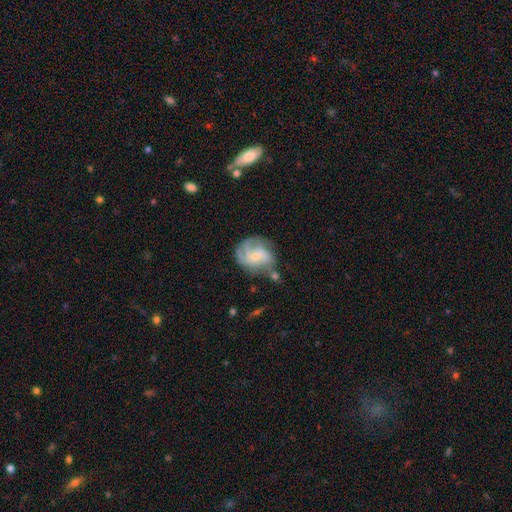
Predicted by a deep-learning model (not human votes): Smooth or featured: featured or disk — 68% (smooth — 25%)
Edge-on disk: no — 98% (yes — 2%)
Bar: no — 62% (weak — 33%)
Spiral arms: yes — 85% (no — 15%)
Spiral winding: medium — 42% (tight — 34%)
Spiral arm count: can't tell — 29% (3 — 28%)
Bulge size: small — 65% (moderate — 27%)
Merging: none — 50% (minor disturbance — 25%)